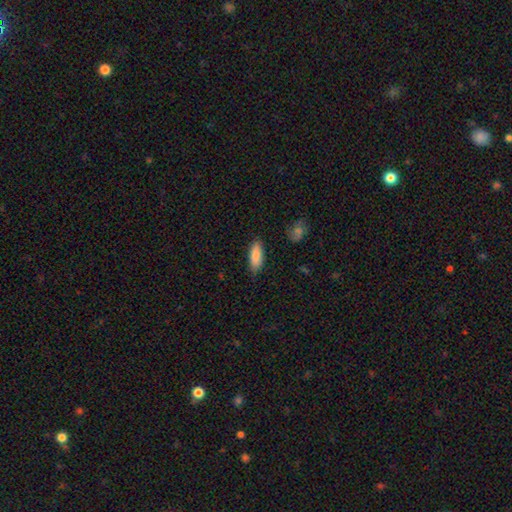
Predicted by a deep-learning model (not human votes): Smooth or featured? smooth (85%)
How rounded? in between (72%)
Merging? none (84%)